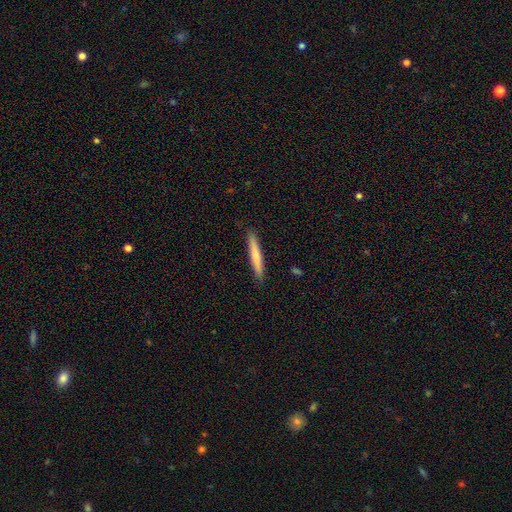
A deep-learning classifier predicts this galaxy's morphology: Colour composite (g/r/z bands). It shows a smooth galaxy with no disk features (71%) that is cigar-shaped (95%). Merging: none (90%).